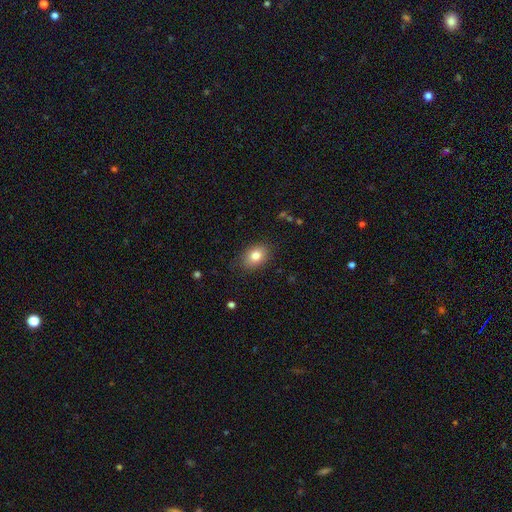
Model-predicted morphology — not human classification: This is clearly a smooth galaxy (82%). How rounded: likely in between (75%). Merging: clearly none (84%).